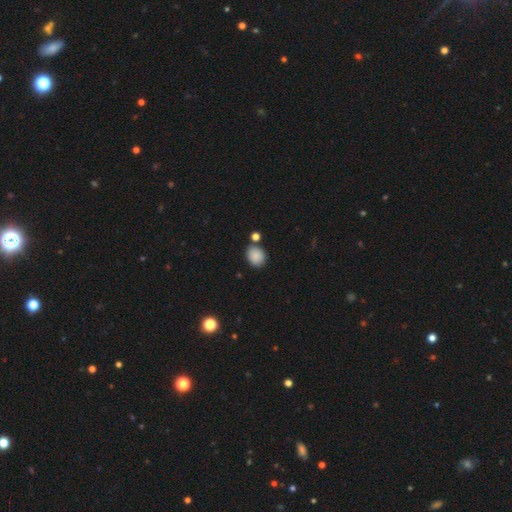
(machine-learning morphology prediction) This is clearly a smooth galaxy (87%). How rounded: likely round (62%). Merging: likely none (77%).